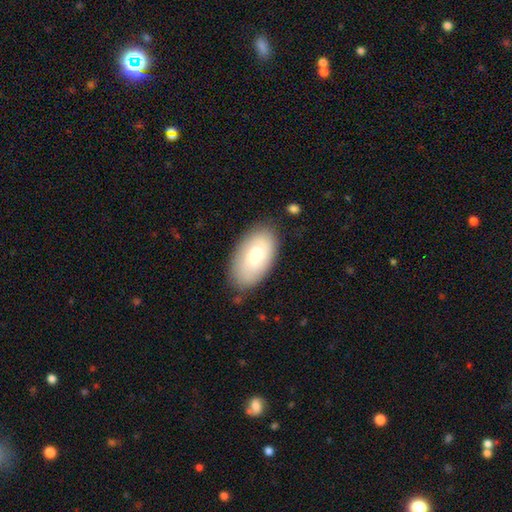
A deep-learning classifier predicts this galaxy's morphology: A smooth galaxy with no disk features (77%) that is in between round and cigar-shaped (95%).

Vote fractions:
- Smooth or featured? smooth: 77% / featured or disk: 17% / star or artifact: 6%
- How rounded? in between: 95% / round: 3% / cigar-shaped: 2%
- Merging? none: 80% / minor disturbance: 14% / major disturbance: 4% / merger: 2%